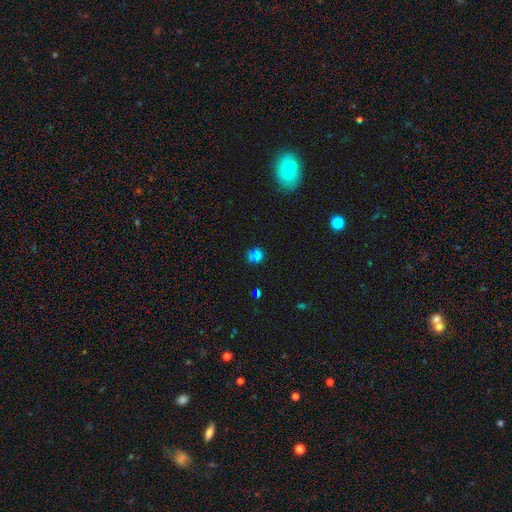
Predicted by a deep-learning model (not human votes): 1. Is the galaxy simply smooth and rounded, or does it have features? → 81% smooth, 15% star or artifact, 4% featured or disk.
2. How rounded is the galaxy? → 73% round, 26% in between, 1% cigar-shaped.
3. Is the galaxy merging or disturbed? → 79% none, 15% minor disturbance, 3% major disturbance, 3% merger.